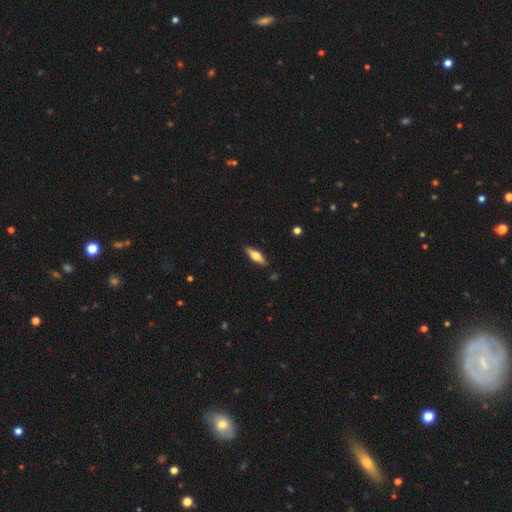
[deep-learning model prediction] Smooth or featured? featured or disk (51%)
Edge-on disk? yes (93%)
Merging? none (88%)